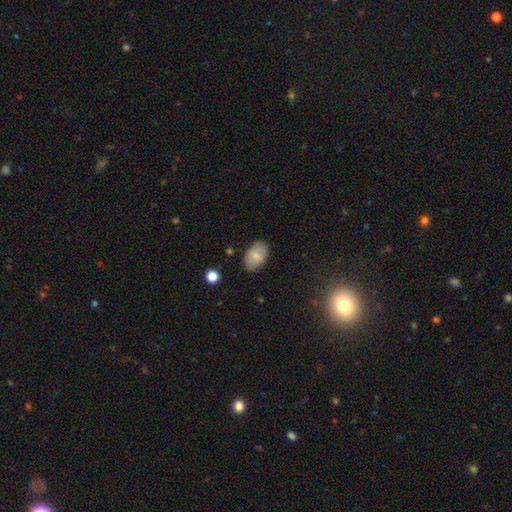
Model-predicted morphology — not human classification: Q: Smooth or featured?
A: smooth (77%); runner-up: featured or disk (16%)
Q: How rounded?
A: in between (92%); runner-up: round (7%)
Q: Merging?
A: none (84%); runner-up: minor disturbance (12%)